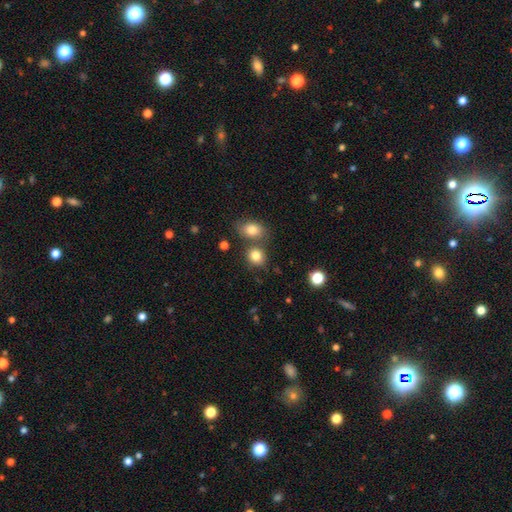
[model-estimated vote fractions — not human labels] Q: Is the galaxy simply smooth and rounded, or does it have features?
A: smooth — 82%.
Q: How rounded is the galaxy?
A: round — 64%.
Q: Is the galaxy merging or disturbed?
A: none — 62%.